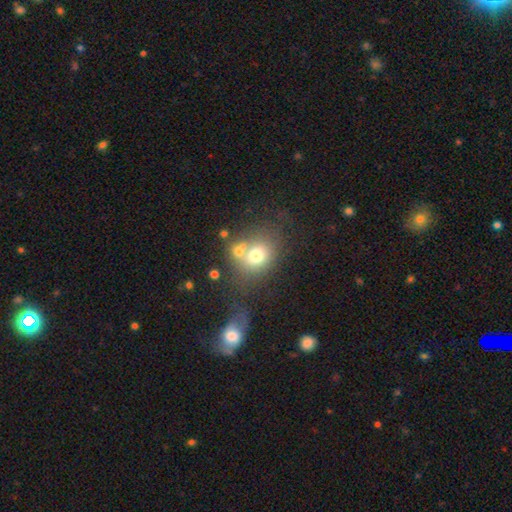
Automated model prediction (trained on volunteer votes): Morphology: type=smooth (67%); roundness=round (60%); merging=none (44%).